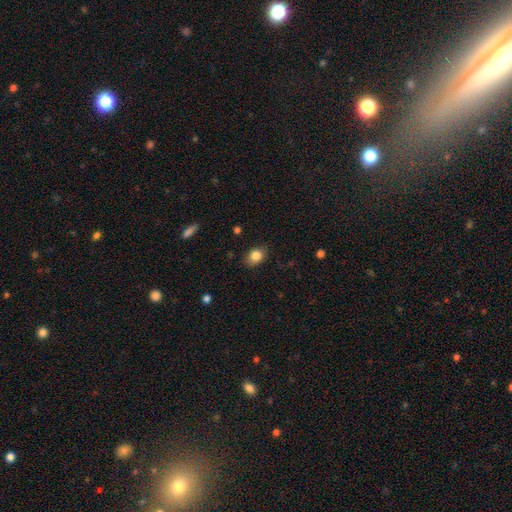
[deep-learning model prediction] Smooth or featured?
  - smooth: 85% *
  - star or artifact: 9%
  - featured or disk: 6%
How rounded?
  - in between: 61% *
  - round: 38%
  - cigar-shaped: 1%
Merging?
  - none: 80% *
  - minor disturbance: 15%
  - major disturbance: 3%
  - merger: 1%